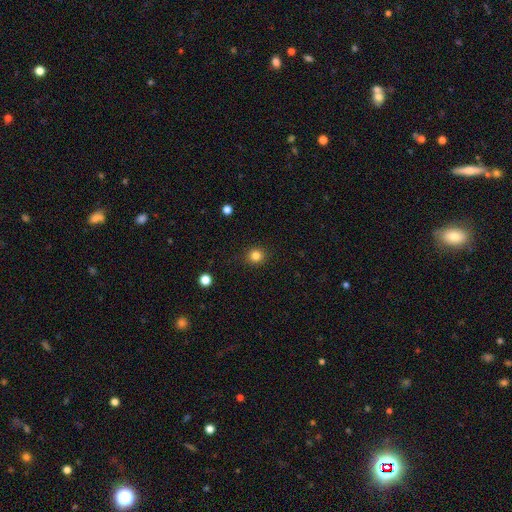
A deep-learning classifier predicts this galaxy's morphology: Smooth or featured? smooth (83%)
How rounded? round (89%)
Merging? none (90%)